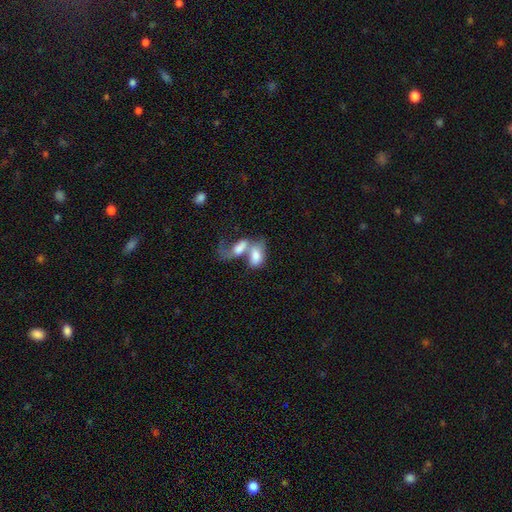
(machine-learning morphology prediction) Smooth or featured? Predicted: smooth (p=0.66). How rounded? Predicted: in between (p=0.89). Merging? Predicted: merger (p=0.74).